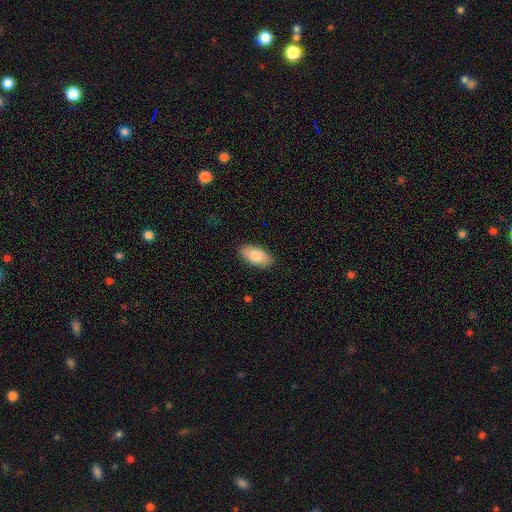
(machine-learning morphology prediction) Q: Smooth or featured?
A: smooth (82%); runner-up: featured or disk (11%)
Q: How rounded?
A: in between (94%); runner-up: cigar-shaped (4%)
Q: Merging?
A: none (88%); runner-up: minor disturbance (9%)